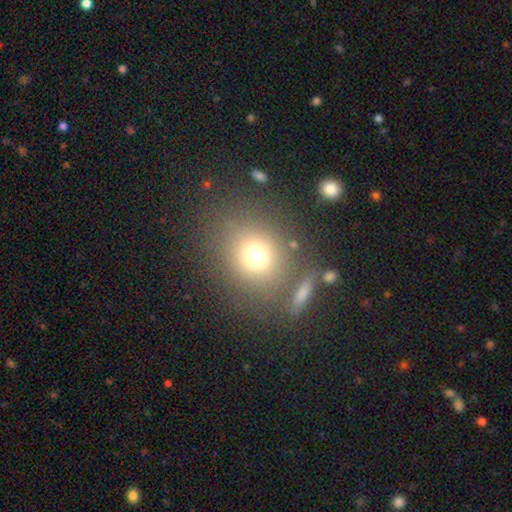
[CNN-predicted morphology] A smooth galaxy with no disk features (72%) that is round (74%). Merging: none (73%).